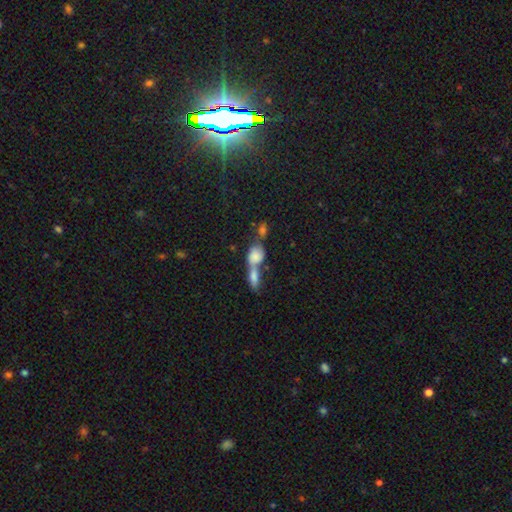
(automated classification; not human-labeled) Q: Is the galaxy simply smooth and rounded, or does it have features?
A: smooth — 74%.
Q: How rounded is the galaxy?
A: in between — 67%.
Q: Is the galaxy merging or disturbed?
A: merger — 69%.